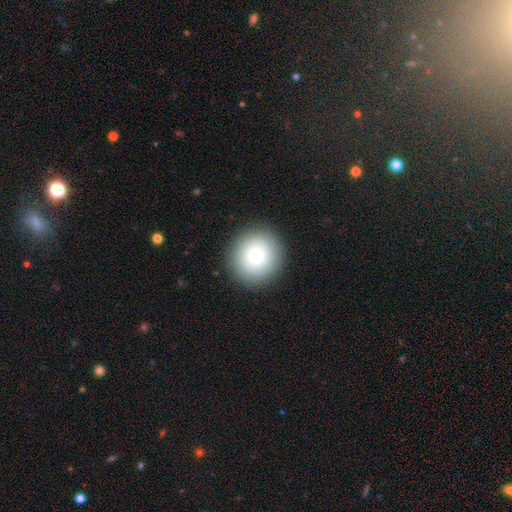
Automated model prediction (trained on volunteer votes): Overall: smooth (74%). How rounded: round (94%). Merging: none (90%).